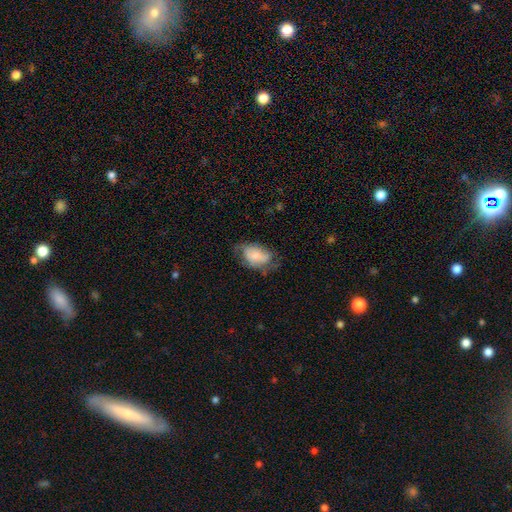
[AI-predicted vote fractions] This appears to be a smooth galaxy with no disk features (49%). Merging: none (48%).